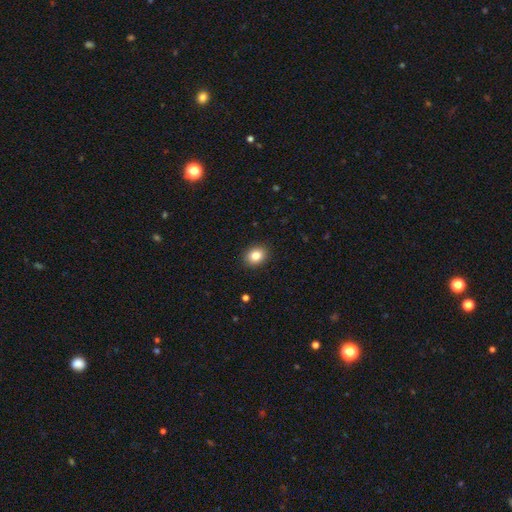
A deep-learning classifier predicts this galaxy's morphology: Smooth or featured? smooth (84%)
How rounded? round (53%)
Merging? none (91%)